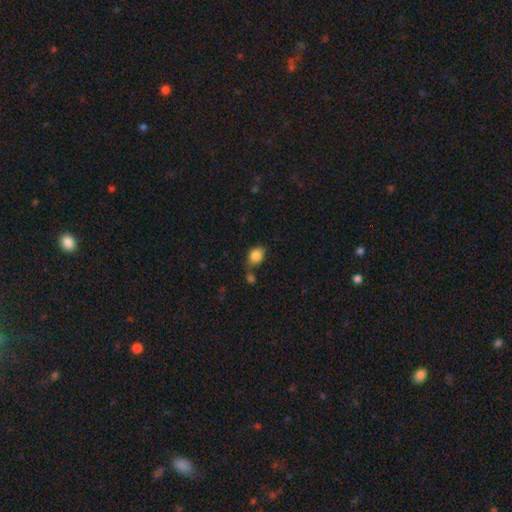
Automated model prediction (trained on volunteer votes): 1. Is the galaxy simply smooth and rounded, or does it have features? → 85% smooth, 9% star or artifact, 6% featured or disk.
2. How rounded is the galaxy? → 60% in between, 39% round, 1% cigar-shaped.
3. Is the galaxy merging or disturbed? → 48% none, 23% merger, 21% minor disturbance, 8% major disturbance.